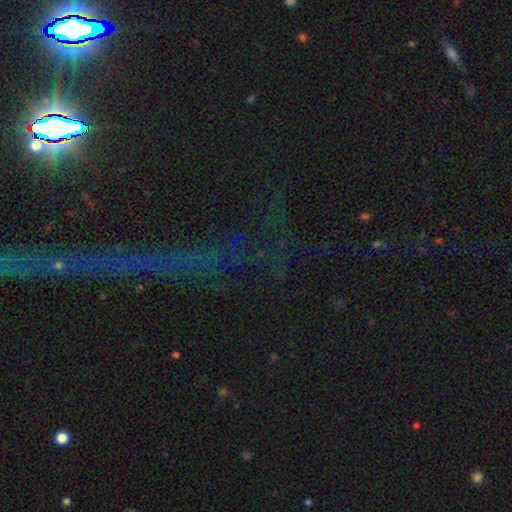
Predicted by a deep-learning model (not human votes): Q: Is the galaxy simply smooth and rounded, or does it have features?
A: star or artifact — 78%.